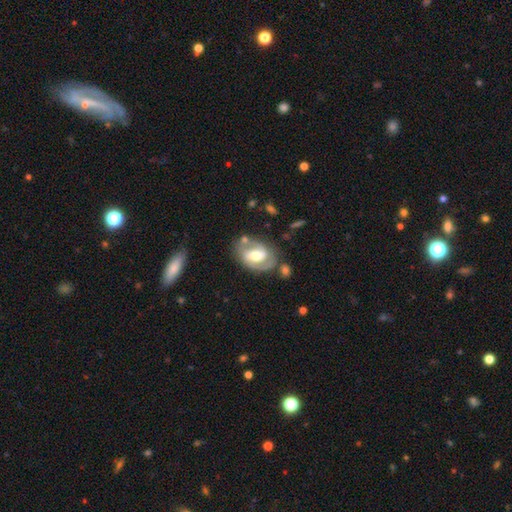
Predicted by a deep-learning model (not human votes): Smooth or featured? featured or disk (77%)
Edge-on disk? no (96%)
Bar? weak (43%)
Spiral arms? yes (84%)
Spiral winding? medium (47%)
Spiral arm count? 2 (81%)
Bulge size? moderate (64%)
Merging? none (64%)